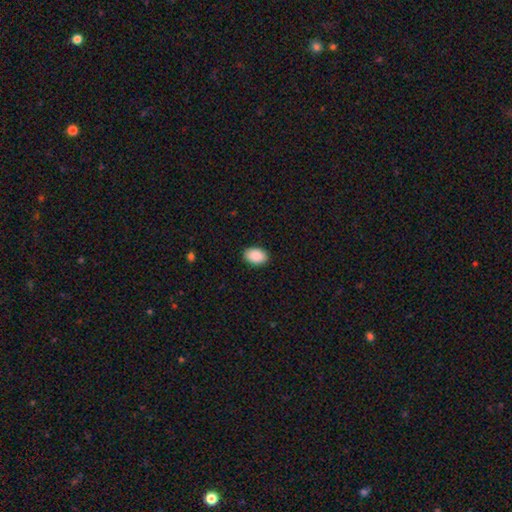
smooth 90%, featured or disk 8%, star or artifact 3%. Down the decision tree: how rounded — in between (100%); merging — none (92%).